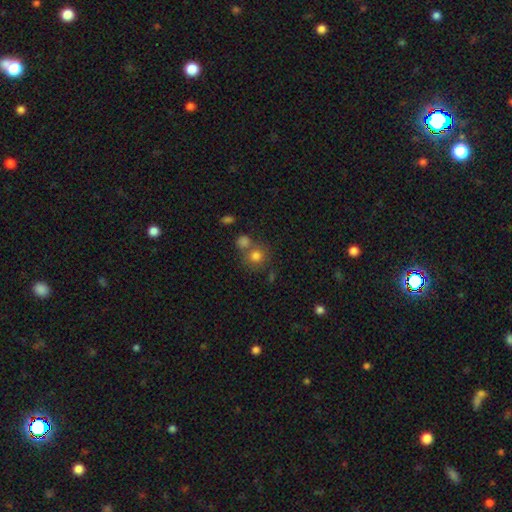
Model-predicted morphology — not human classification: A smooth galaxy with no disk features (78%) that is round (86%).

Vote fractions:
- Smooth or featured? smooth: 78% / star or artifact: 12% / featured or disk: 10%
- How rounded? round: 86% / in between: 13% / cigar-shaped: 1%
- Merging? none: 56% / merger: 29% / minor disturbance: 10% / major disturbance: 5%